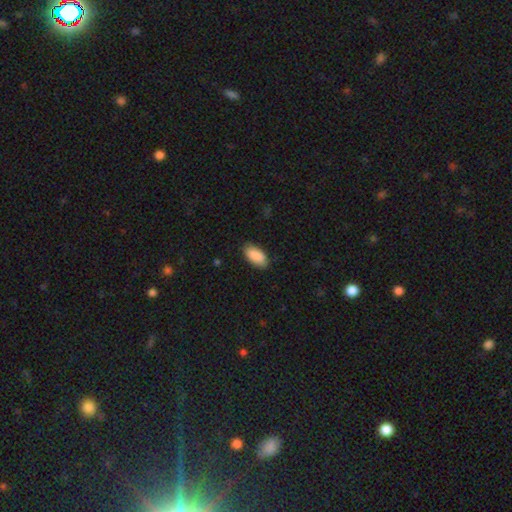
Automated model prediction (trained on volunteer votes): Smooth or featured? smooth (90%)
How rounded? in between (93%)
Merging? none (83%)